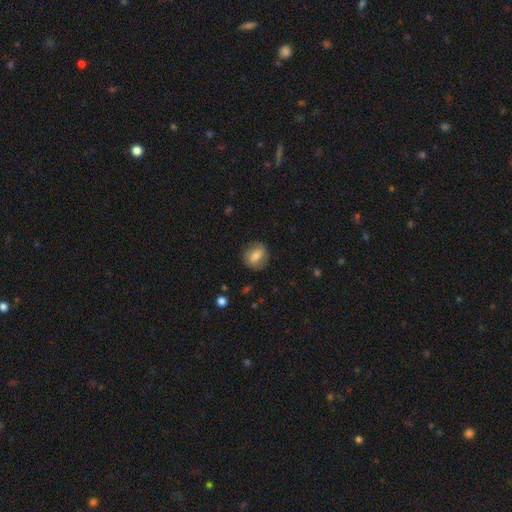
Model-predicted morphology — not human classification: Smooth or featured? smooth (63%)
How rounded? round (64%)
Merging? none (80%)